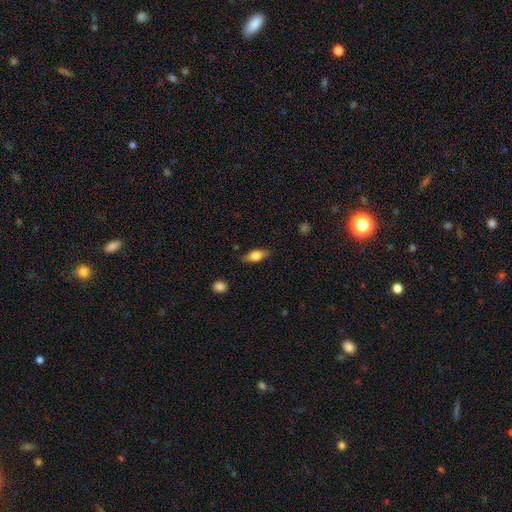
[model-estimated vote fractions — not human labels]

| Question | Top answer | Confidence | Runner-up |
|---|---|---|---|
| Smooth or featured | smooth | 76% | featured or disk (17%) |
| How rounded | in between | 81% | cigar-shaped (15%) |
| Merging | none | 83% | minor disturbance (13%) |